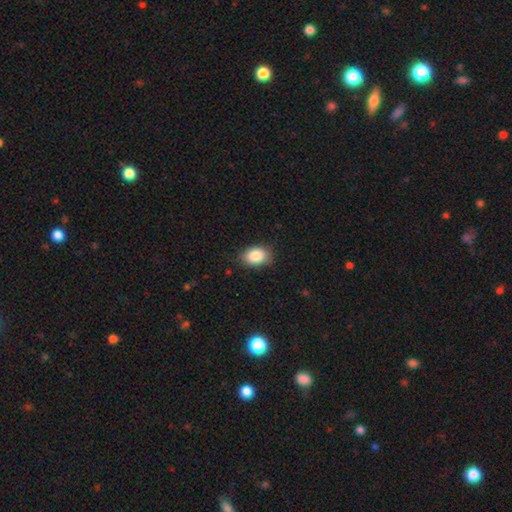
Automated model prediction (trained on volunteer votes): Smooth or featured? smooth (88%)
How rounded? in between (82%)
Merging? none (81%)